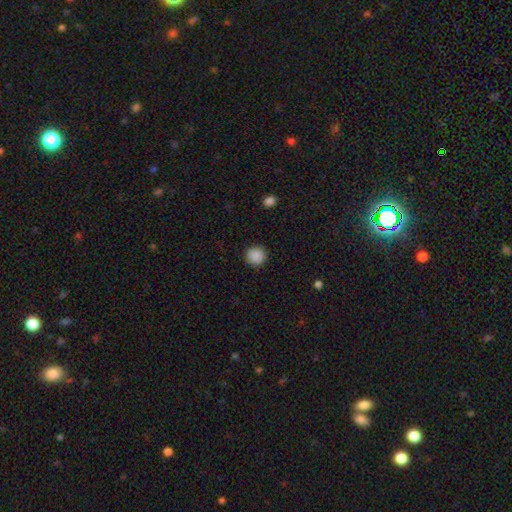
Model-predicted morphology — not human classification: This is clearly a smooth galaxy (89%). How rounded: clearly round (95%). Merging: clearly none (92%).